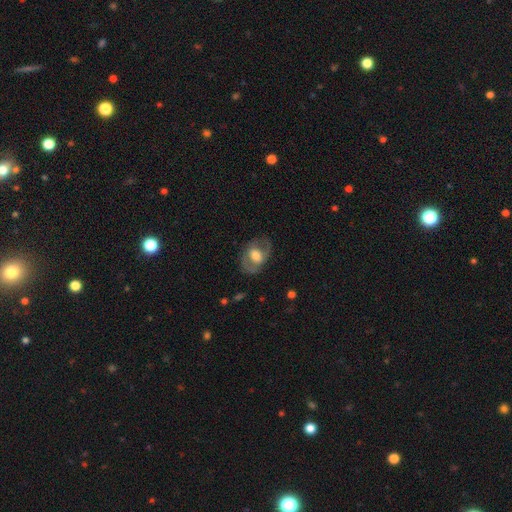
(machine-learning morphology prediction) This appears to be a featured or disk galaxy (53%). Merging: none (72%).